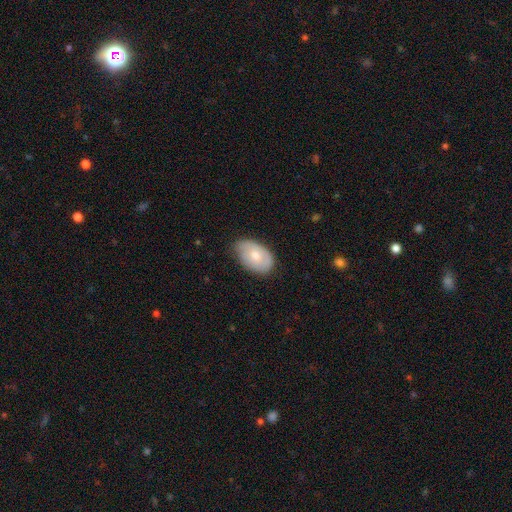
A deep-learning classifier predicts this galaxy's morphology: type=smooth (68%); roundness=in between (89%); merging=none (62%).